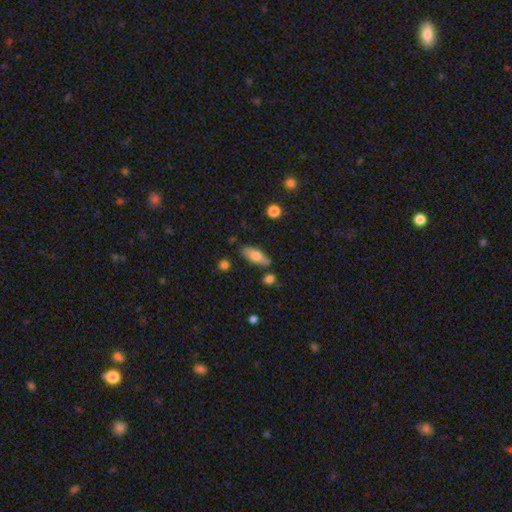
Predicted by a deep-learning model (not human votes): This is likely a smooth galaxy (70%). How rounded: likely in between (69%). Merging: likely none (77%).